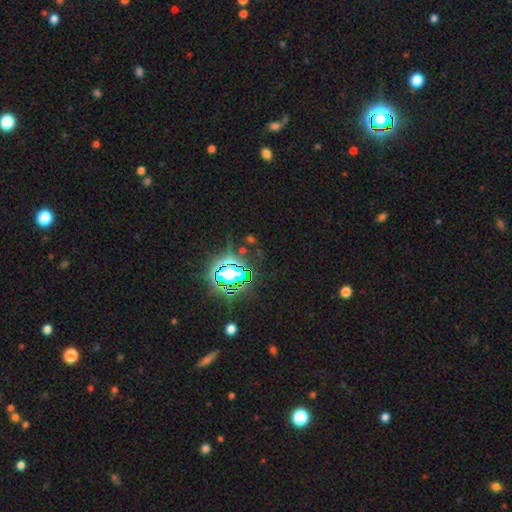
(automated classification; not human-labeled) smooth_or_featured: star or artifact (p=0.78) [alt: smooth p=0.14]